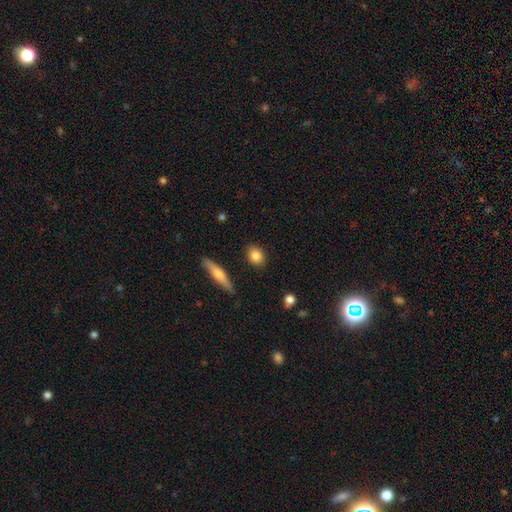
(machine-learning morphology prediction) Smooth or featured? Predicted: smooth (p=0.84). How rounded? Predicted: round (p=0.50). Merging? Predicted: none (p=0.88).